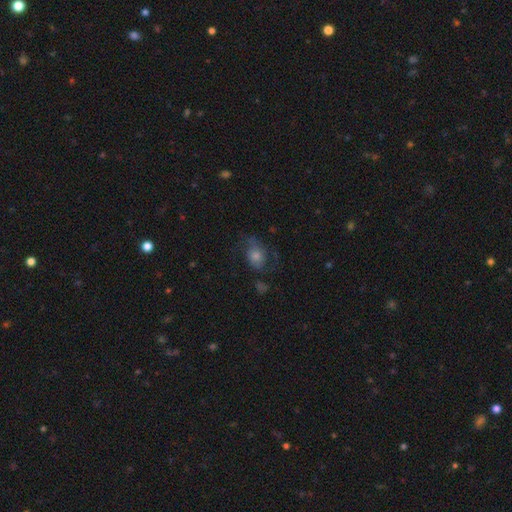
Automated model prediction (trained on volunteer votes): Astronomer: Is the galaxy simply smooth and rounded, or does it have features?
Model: smooth — 42% (runner-up: featured or disk, 41%).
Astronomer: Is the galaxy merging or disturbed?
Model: none — 53%.